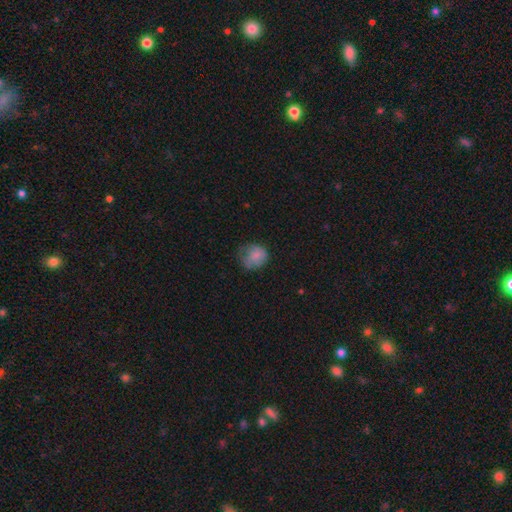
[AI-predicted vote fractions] smooth_or_featured: smooth (p=0.77) [alt: featured or disk p=0.14]
how_rounded: round (p=0.65) [alt: in between p=0.34]
merging: none (p=0.45) [alt: minor disturbance p=0.33]